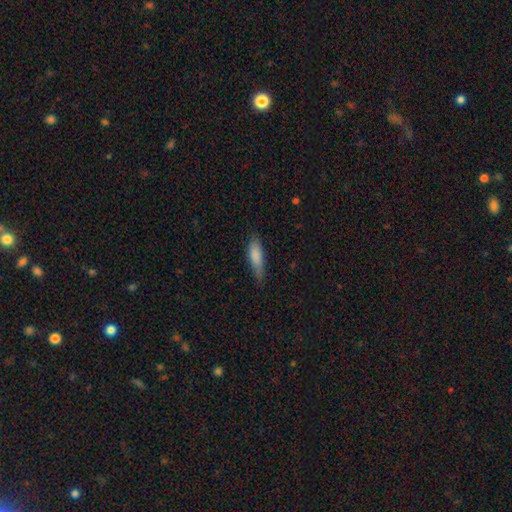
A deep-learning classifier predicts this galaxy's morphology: Smooth or featured: smooth — 83% (featured or disk — 11%)
How rounded: cigar-shaped — 54% (in between — 44%)
Merging: none — 66% (minor disturbance — 27%)